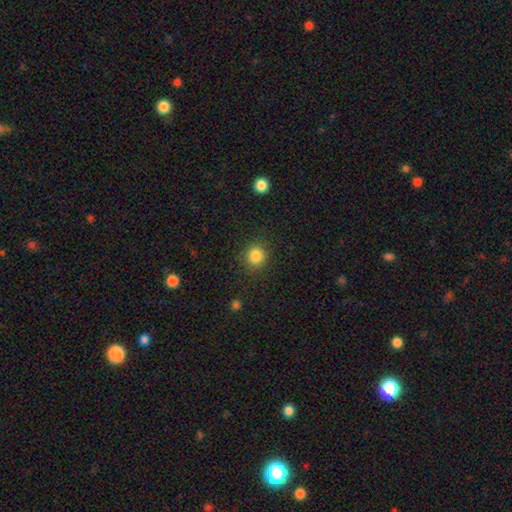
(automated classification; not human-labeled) A smooth galaxy with no disk features (85%) that is round (87%). Merging: none (88%).